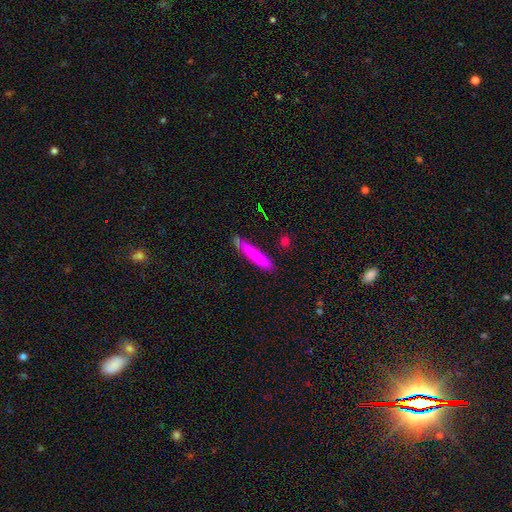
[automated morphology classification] A smooth galaxy with no disk features (78%) that is cigar-shaped (94%).

Vote fractions:
- Smooth or featured? smooth: 78% / featured or disk: 16% / star or artifact: 7%
- How rounded? cigar-shaped: 94% / in between: 5% / round: 1%
- Merging? none: 76% / minor disturbance: 16% / merger: 4% / major disturbance: 3%